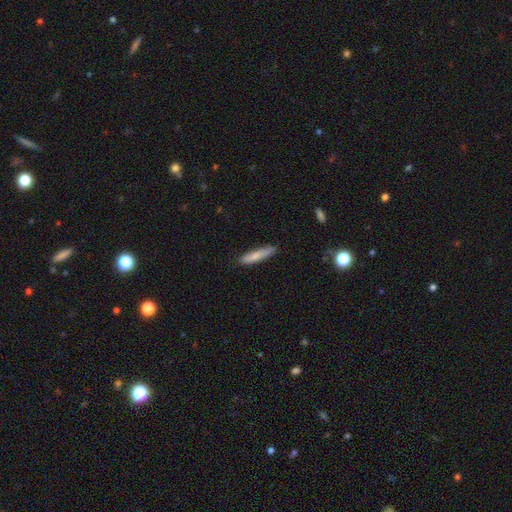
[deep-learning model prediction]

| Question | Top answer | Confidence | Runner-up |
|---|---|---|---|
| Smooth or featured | smooth | 78% | featured or disk (16%) |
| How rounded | cigar-shaped | 88% | in between (10%) |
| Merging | none | 84% | minor disturbance (13%) |